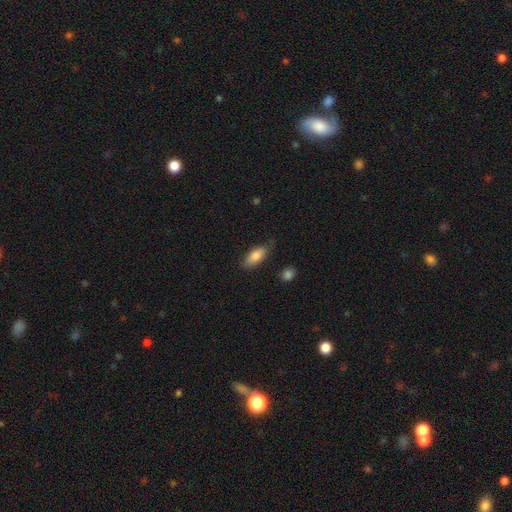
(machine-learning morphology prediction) A smooth galaxy with no disk features (83%) that is in between round and cigar-shaped (81%). Merging: none (76%).